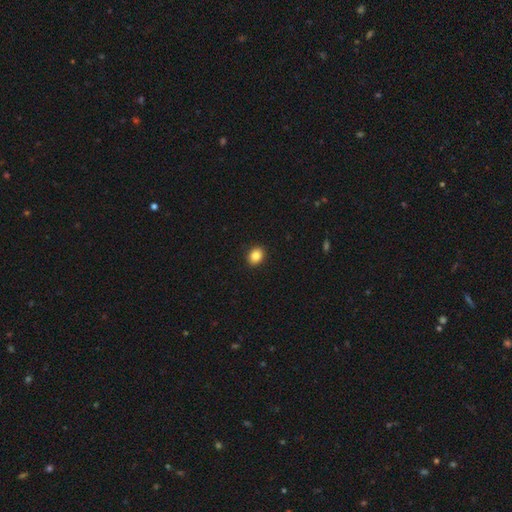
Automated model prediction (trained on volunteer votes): Q: Smooth or featured?
A: smooth (85%); runner-up: star or artifact (10%)
Q: How rounded?
A: round (54%); runner-up: in between (45%)
Q: Merging?
A: none (91%); runner-up: minor disturbance (6%)